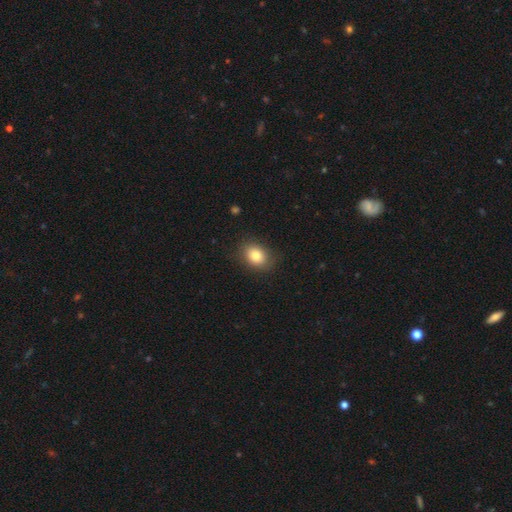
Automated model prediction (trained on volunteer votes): Smooth or featured? Predicted: smooth (p=0.81). How rounded? Predicted: in between (p=0.63). Merging? Predicted: none (p=0.84).